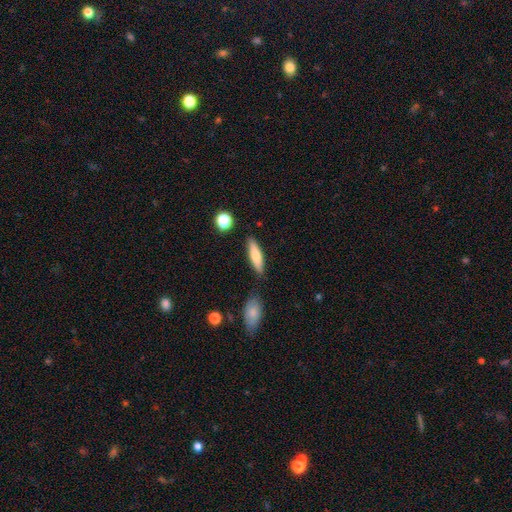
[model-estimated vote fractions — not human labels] Overall: smooth (74%). How rounded: cigar-shaped (64%; in between 34%). Merging: none (80%).